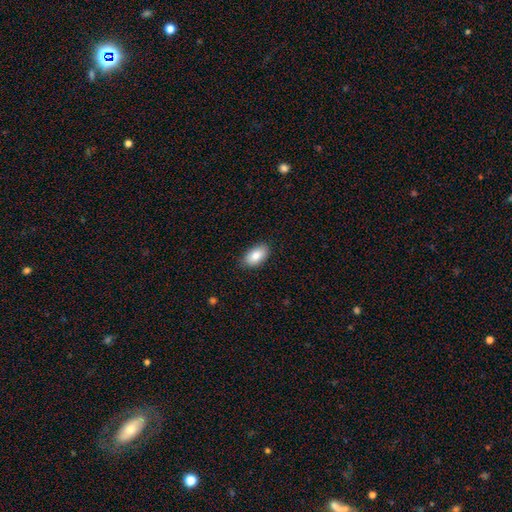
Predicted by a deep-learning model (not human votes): smooth_or_featured: smooth (p=0.84) [alt: featured or disk p=0.09]
how_rounded: in between (p=0.94) [alt: round p=0.05]
merging: none (p=0.86) [alt: minor disturbance p=0.11]